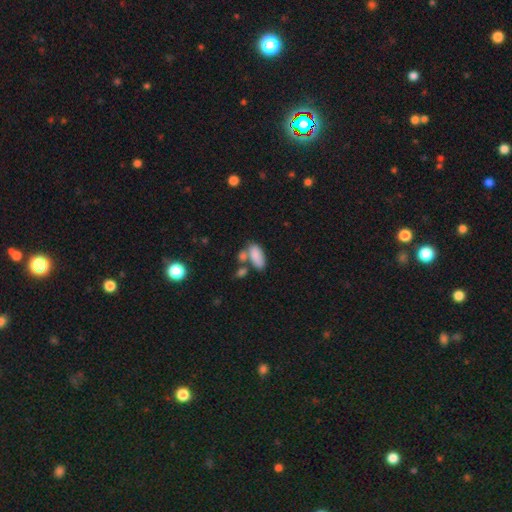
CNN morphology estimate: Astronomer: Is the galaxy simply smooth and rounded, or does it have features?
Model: smooth — 83%.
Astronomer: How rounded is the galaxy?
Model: in between — 92%.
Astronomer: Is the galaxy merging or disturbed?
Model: none — 44% (runner-up: merger, 34%).